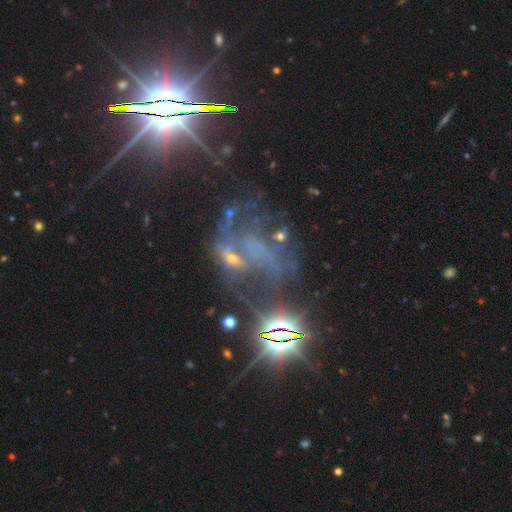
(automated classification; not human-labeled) smooth-or-featured: featured or disk: 49% | star or artifact: 41% | smooth: 10%
  merging: major disturbance: 38% | none: 29% | merger: 18% | minor disturbance: 14%